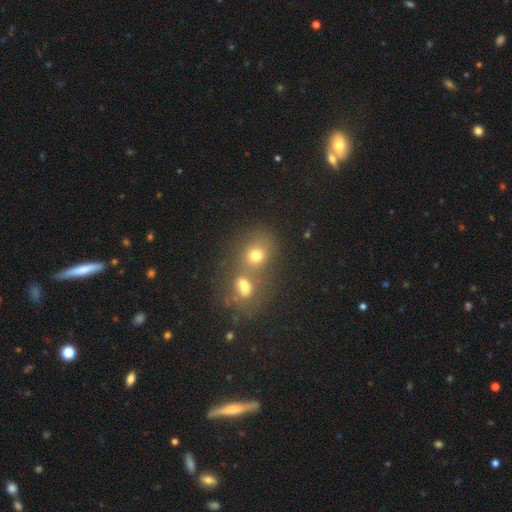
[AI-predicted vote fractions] The model was most divided on "how rounded": round: 59%, in between: 40%, cigar-shaped: 1%. More confident: smooth or featured — smooth (66%); merging — merger (53%).